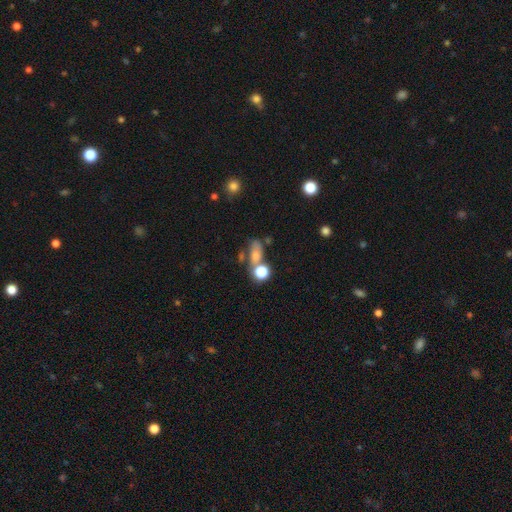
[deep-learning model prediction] Overall: smooth (66%). How rounded: in between (63%; round 29%). Merging: none (42%; merger 30%).